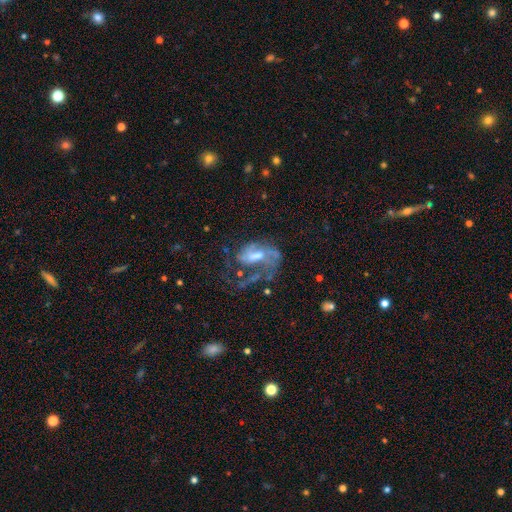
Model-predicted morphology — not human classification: Smooth or featured? featured or disk (74%)
Edge-on disk? no (96%)
Bar? weak (46%)
Spiral arms? yes (76%)
Spiral winding? loose (44%)
Spiral arm count? 1 (44%)
Bulge size? moderate (52%)
Merging? major disturbance (51%)